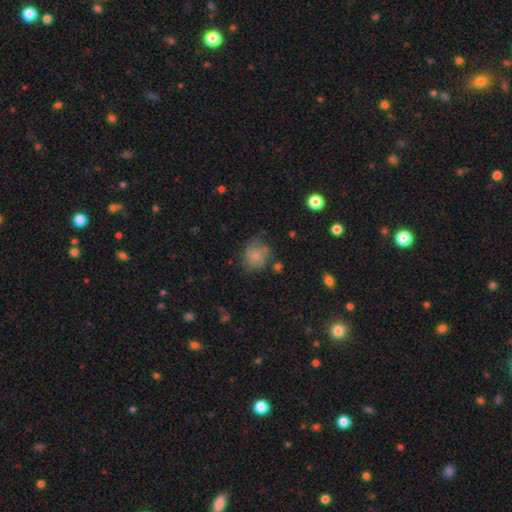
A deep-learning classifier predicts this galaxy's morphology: Overall: smooth (68%). How rounded: round (64%; in between 35%). Merging: none (47%; minor disturbance 30%).